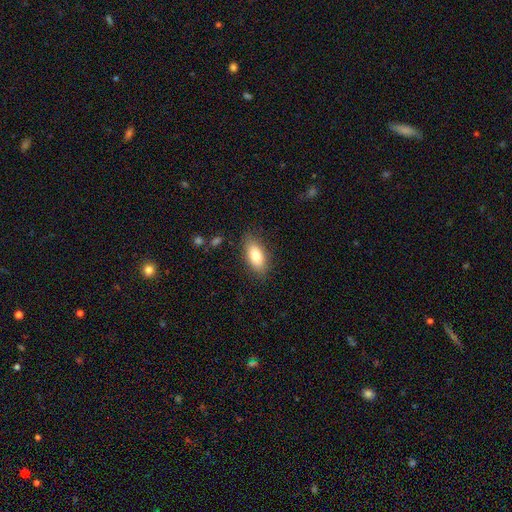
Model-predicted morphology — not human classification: type=smooth (81%); roundness=in between (86%); merging=none (85%).